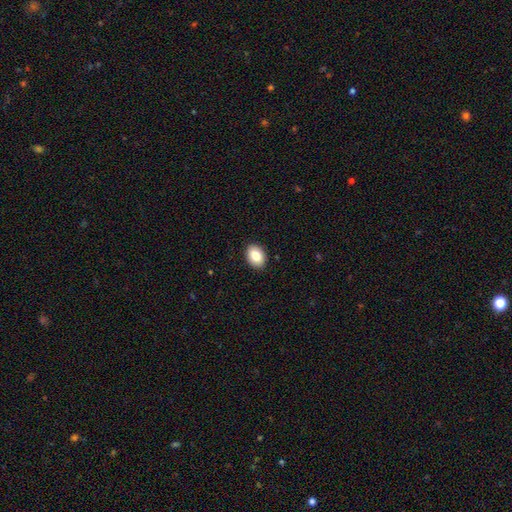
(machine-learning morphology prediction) Smooth or featured? smooth (84%)
How rounded? in between (75%)
Merging? none (91%)